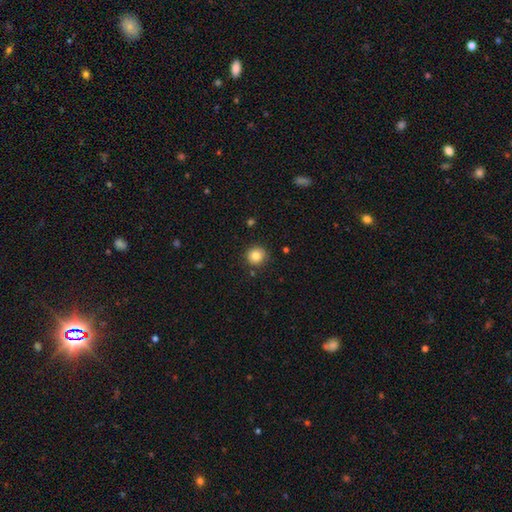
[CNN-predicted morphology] A smooth galaxy with no disk features (83%) that is round (93%).

Vote fractions:
- Smooth or featured? smooth: 83% / star or artifact: 10% / featured or disk: 7%
- How rounded? round: 93% / in between: 6% / cigar-shaped: 1%
- Merging? none: 88% / minor disturbance: 8% / major disturbance: 2% / merger: 2%